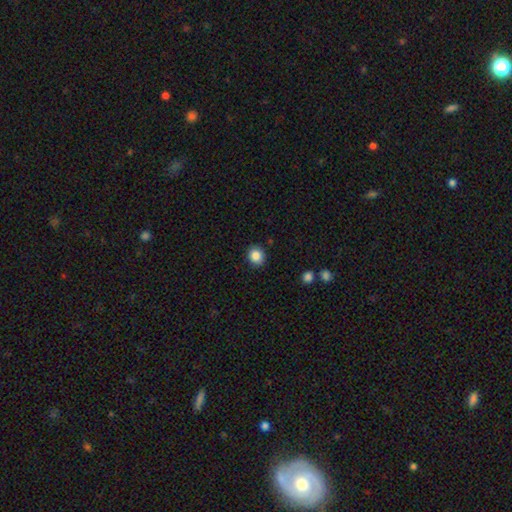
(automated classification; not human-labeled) Overall: smooth (86%). How rounded: round (77%). Merging: none (89%).